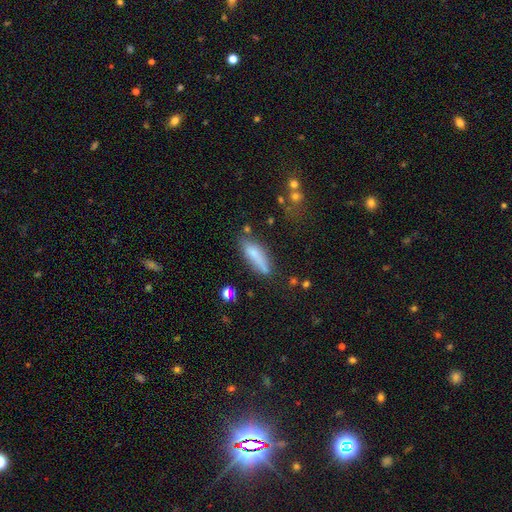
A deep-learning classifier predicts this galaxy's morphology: smooth-or-featured: smooth: 70% | featured or disk: 21% | star or artifact: 9%
  how-rounded: cigar-shaped: 56% | in between: 41% | round: 3%
  merging: none: 60% | minor disturbance: 24% | major disturbance: 9% | merger: 7%